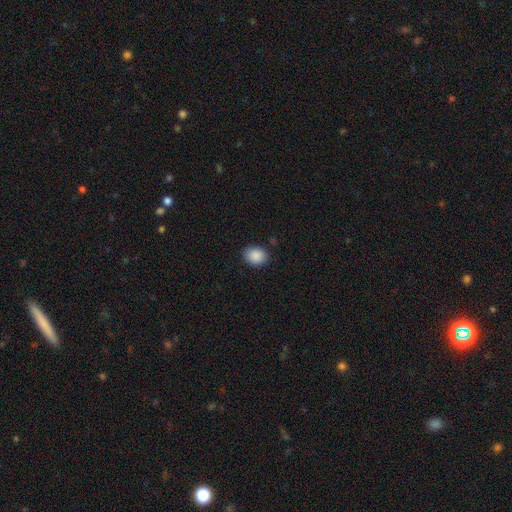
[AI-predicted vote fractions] This is clearly a smooth galaxy (89%). How rounded: possibly round (53%). Merging: clearly none (87%).